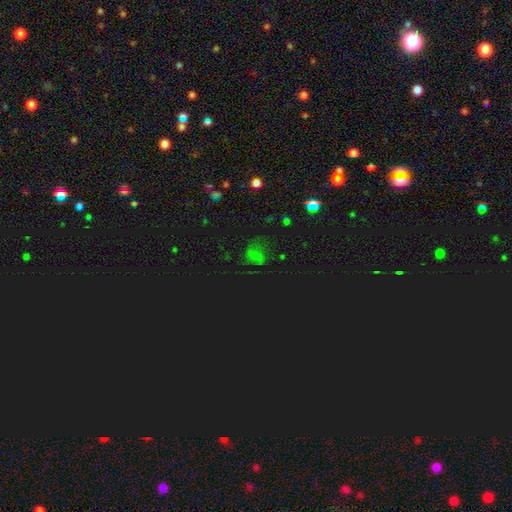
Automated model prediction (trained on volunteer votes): Q: Smooth or featured?
A: star or artifact (48%); runner-up: smooth (36%)